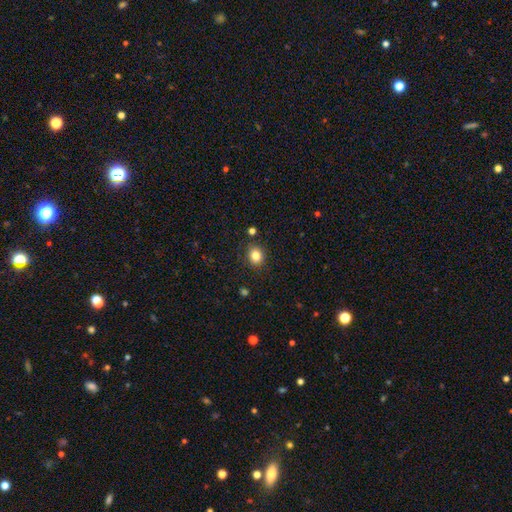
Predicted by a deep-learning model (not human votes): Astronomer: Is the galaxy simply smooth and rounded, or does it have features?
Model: smooth — 83%.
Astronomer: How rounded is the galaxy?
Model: round — 70%.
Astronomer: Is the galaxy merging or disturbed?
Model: none — 87%.